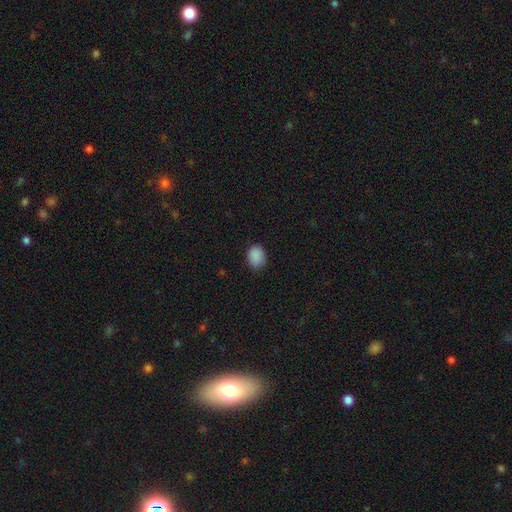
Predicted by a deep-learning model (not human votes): Smooth or featured? Predicted: smooth (p=0.89). How rounded? Predicted: in between (p=0.62). Merging? Predicted: none (p=0.82).